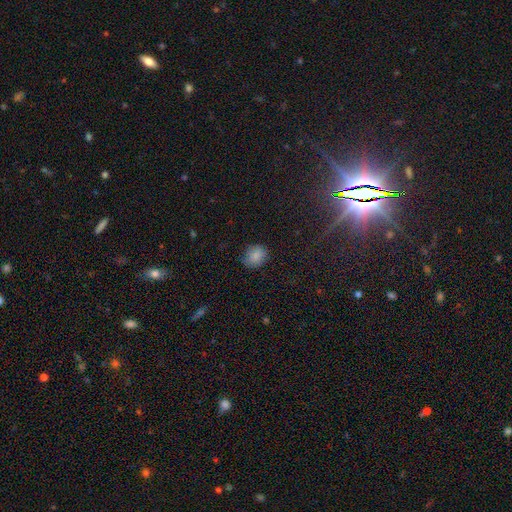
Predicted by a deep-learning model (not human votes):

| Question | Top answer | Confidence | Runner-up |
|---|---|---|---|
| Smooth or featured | smooth | 83% | star or artifact (10%) |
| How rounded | round | 59% | in between (40%) |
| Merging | none | 74% | minor disturbance (21%) |